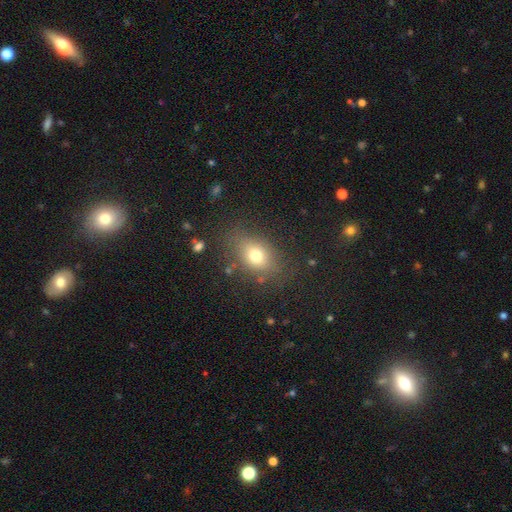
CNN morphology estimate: Smooth or featured?
  - smooth: 73% *
  - featured or disk: 13%
  - star or artifact: 13%
How rounded?
  - in between: 68% *
  - round: 30%
  - cigar-shaped: 2%
Merging?
  - none: 77% *
  - minor disturbance: 14%
  - major disturbance: 6%
  - merger: 2%